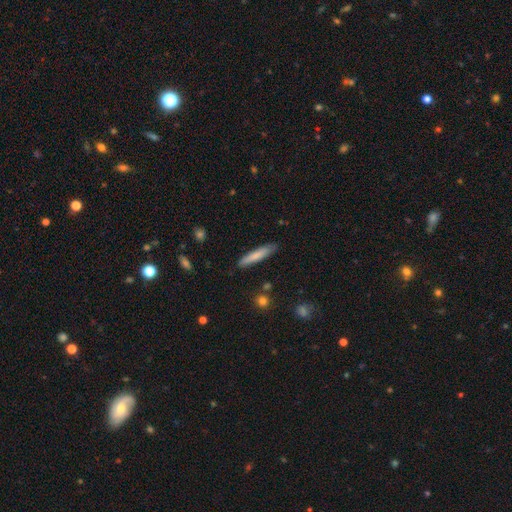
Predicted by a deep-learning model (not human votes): Q: Smooth or featured?
A: smooth (76%); runner-up: featured or disk (18%)
Q: How rounded?
A: cigar-shaped (91%); runner-up: in between (8%)
Q: Merging?
A: none (85%); runner-up: minor disturbance (11%)